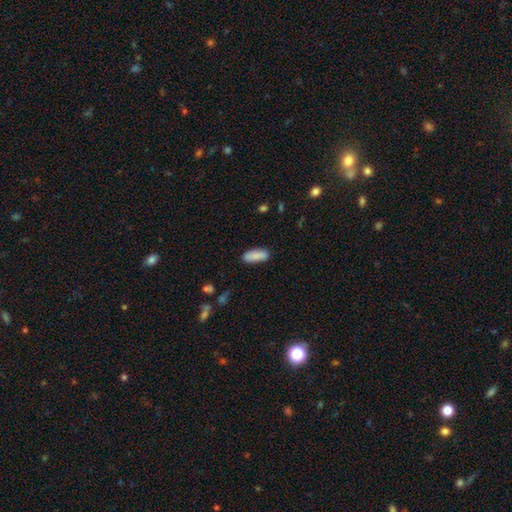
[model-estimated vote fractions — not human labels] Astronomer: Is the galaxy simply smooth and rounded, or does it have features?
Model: smooth — 88%.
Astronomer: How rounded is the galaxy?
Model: in between — 73%.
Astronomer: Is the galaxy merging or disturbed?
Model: none — 86%.